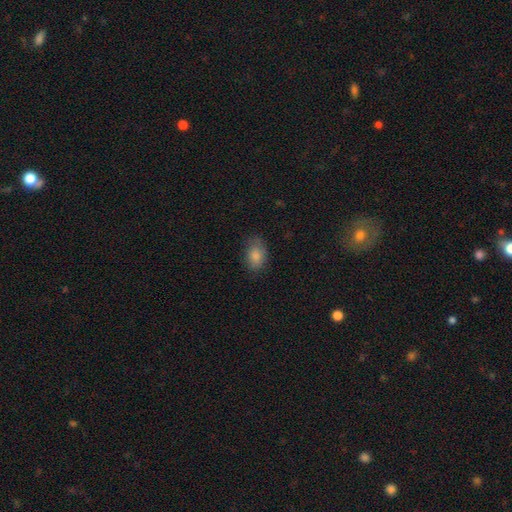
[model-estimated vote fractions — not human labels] Smooth or featured? smooth (84%)
How rounded? in between (87%)
Merging? none (72%)